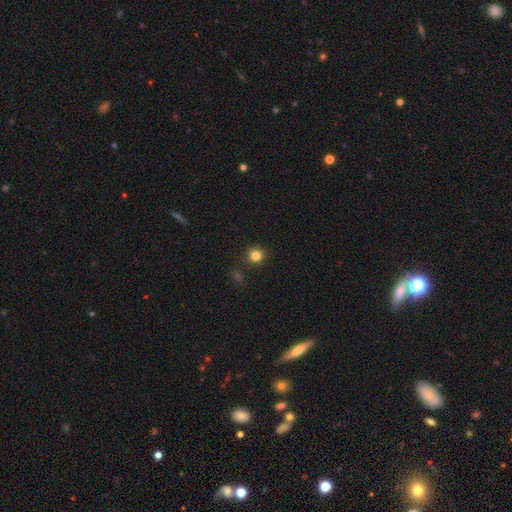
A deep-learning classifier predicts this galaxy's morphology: smooth-or-featured: smooth: 83% | star or artifact: 13% | featured or disk: 5%
  how-rounded: round: 92% | in between: 7% | cigar-shaped: 1%
  merging: none: 88% | minor disturbance: 7% | merger: 3% | major disturbance: 2%